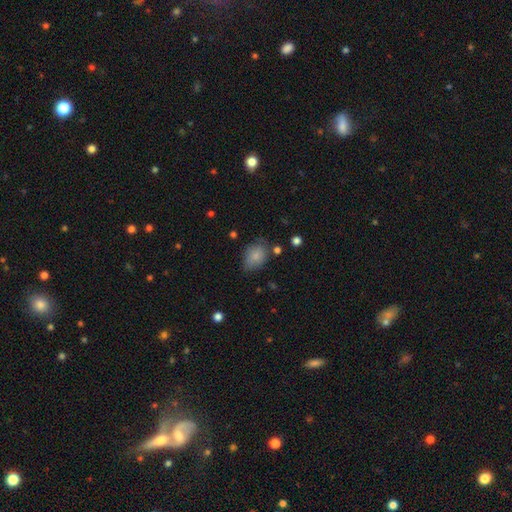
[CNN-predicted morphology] type=smooth (82%); roundness=in between (69%); merging=none (61%).